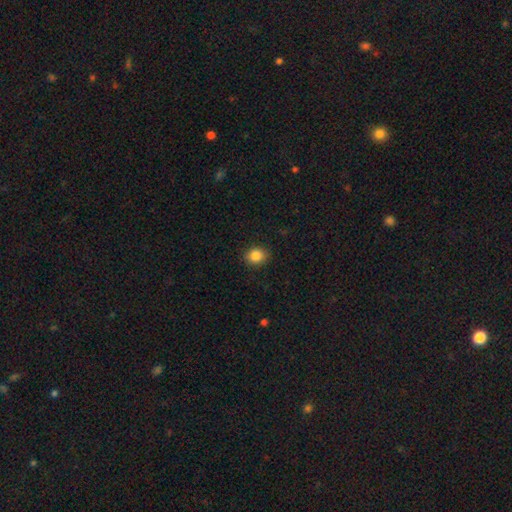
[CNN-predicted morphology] type=smooth (86%); roundness=round (66%); merging=none (89%).